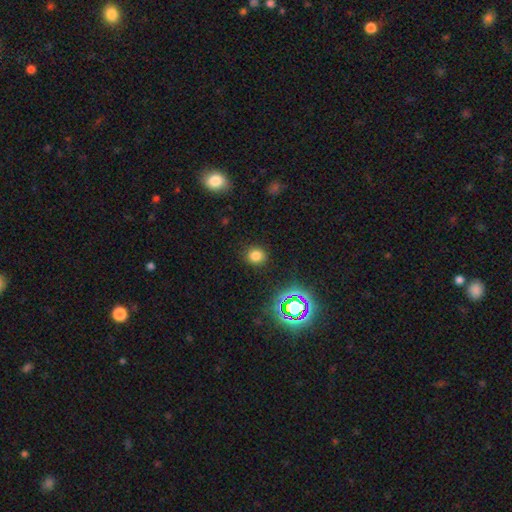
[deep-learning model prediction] A smooth galaxy with no disk features (75%) that is round (76%).

Vote fractions:
- Smooth or featured? smooth: 75% / star or artifact: 20% / featured or disk: 5%
- How rounded? round: 76% / in between: 23% / cigar-shaped: 1%
- Merging? none: 87% / minor disturbance: 9% / major disturbance: 3% / merger: 1%